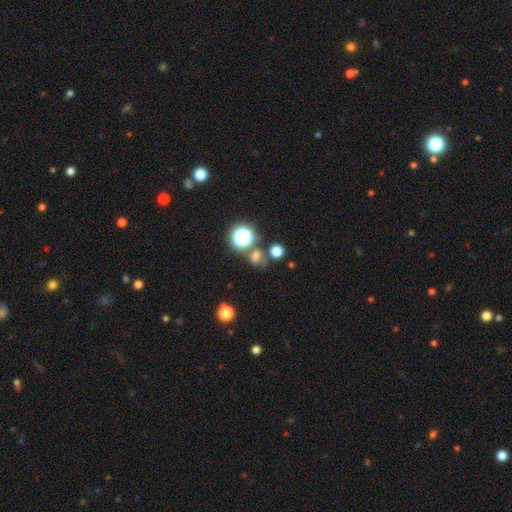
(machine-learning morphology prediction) The model was most divided on "smooth or featured": smooth: 57%, star or artifact: 31%, featured or disk: 12%. More confident: how rounded — round (67%); merging — none (59%).